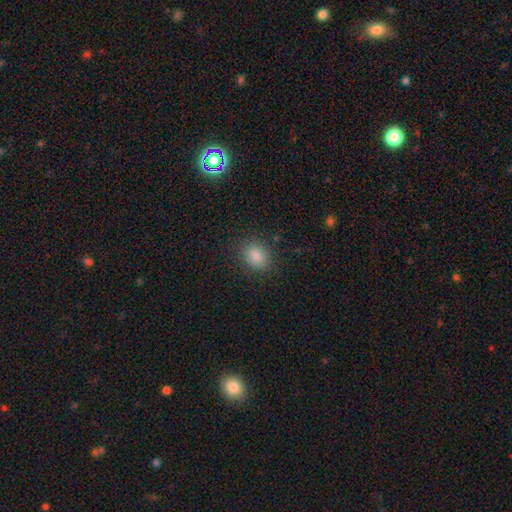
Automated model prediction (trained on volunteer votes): Morphology: type=smooth (82%); roundness=in between (50%); merging=none (87%).